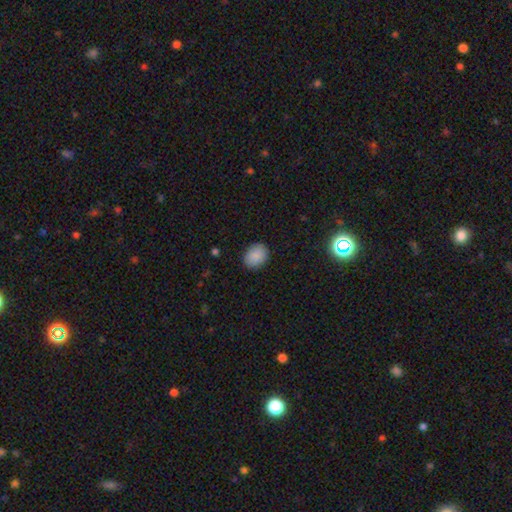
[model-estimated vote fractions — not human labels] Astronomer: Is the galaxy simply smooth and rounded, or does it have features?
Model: smooth — 88%.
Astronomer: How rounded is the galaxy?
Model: in between — 58% (runner-up: round, 41%).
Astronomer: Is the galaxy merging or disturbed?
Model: none — 88%.